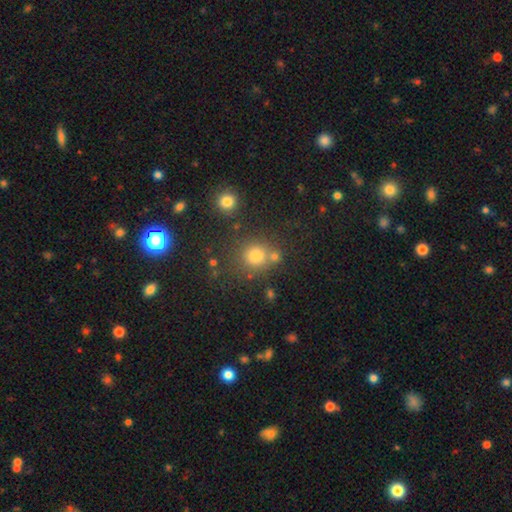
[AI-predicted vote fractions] smooth-or-featured: smooth: 76% | star or artifact: 17% | featured or disk: 7%
  how-rounded: round: 87% | in between: 12% | cigar-shaped: 1%
  merging: none: 68% | merger: 18% | minor disturbance: 10% | major disturbance: 5%